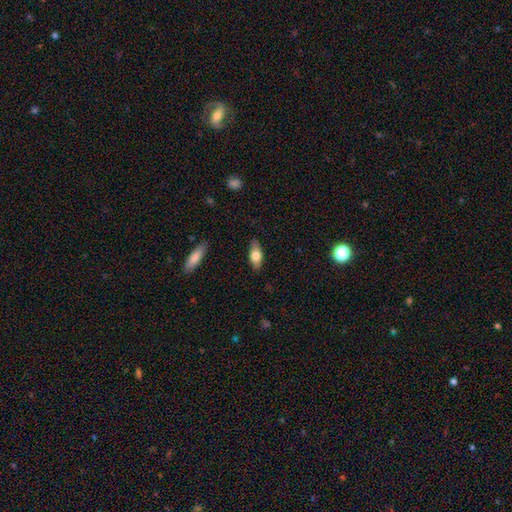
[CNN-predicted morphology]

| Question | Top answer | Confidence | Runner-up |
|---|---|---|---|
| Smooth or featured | smooth | 70% | featured or disk (23%) |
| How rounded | in between | 79% | cigar-shaped (17%) |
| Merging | none | 85% | minor disturbance (12%) |